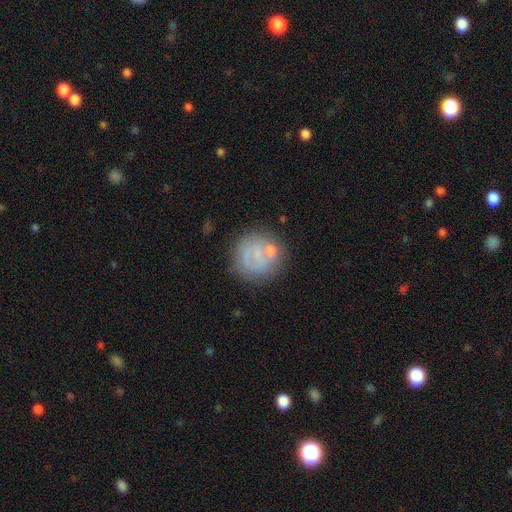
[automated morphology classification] smooth-or-featured: smooth: 46% | featured or disk: 43% | star or artifact: 11%
  merging: none: 62% | minor disturbance: 18% | major disturbance: 11% | merger: 10%